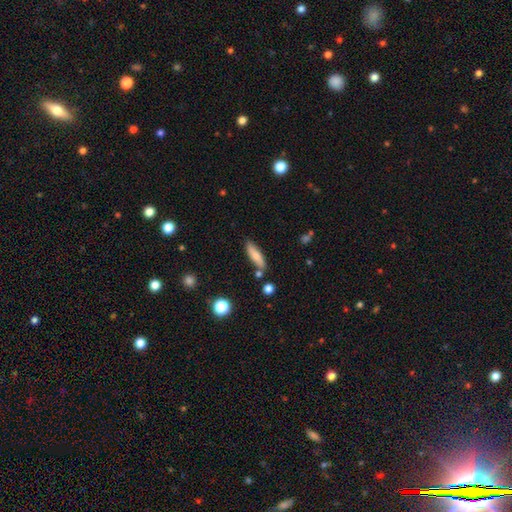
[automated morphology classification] Q: Smooth or featured?
A: smooth (74%); runner-up: featured or disk (18%)
Q: How rounded?
A: cigar-shaped (62%); runner-up: in between (35%)
Q: Merging?
A: none (76%); runner-up: minor disturbance (14%)